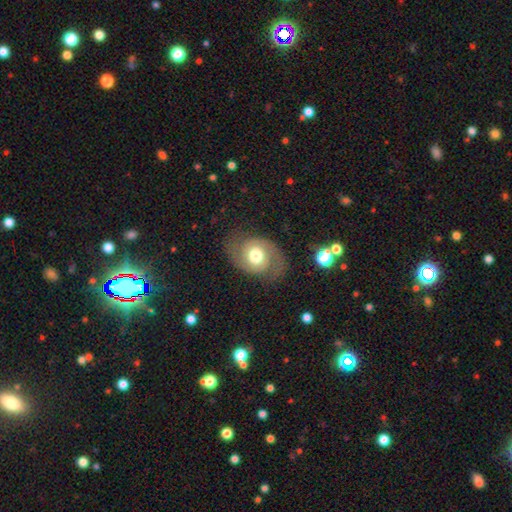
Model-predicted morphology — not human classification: Smooth or featured?
  - featured or disk: 74% *
  - smooth: 19%
  - star or artifact: 7%
Edge-on disk?
  - no: 97% *
  - yes: 3%
Bar?
  - no: 70% *
  - weak: 25%
  - strong: 5%
Spiral arms?
  - yes: 89% *
  - no: 11%
Spiral winding?
  - medium: 51% *
  - tight: 27%
  - loose: 23%
Spiral arm count?
  - 2: 90% *
  - can't tell: 4%
  - 1: 2%
  - 3: 1%
  - 4: 1%
  - more than 4: 1%
Bulge size?
  - moderate: 59% *
  - large: 32%
  - small: 4%
  - dominant: 4%
  - none: 1%
Merging?
  - none: 71% *
  - minor disturbance: 17%
  - major disturbance: 10%
  - merger: 1%